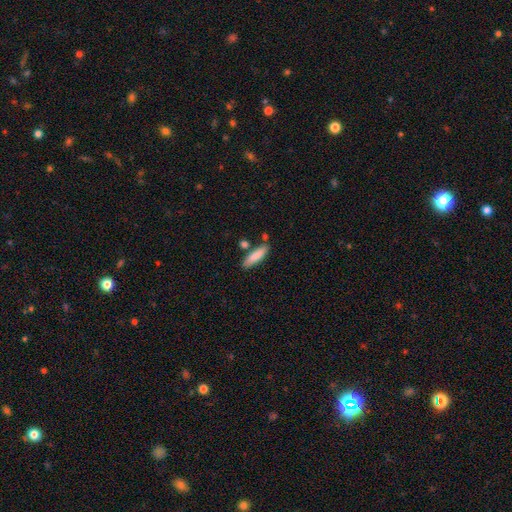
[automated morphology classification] type=smooth (84%); roundness=cigar-shaped (64%); merging=none (77%).